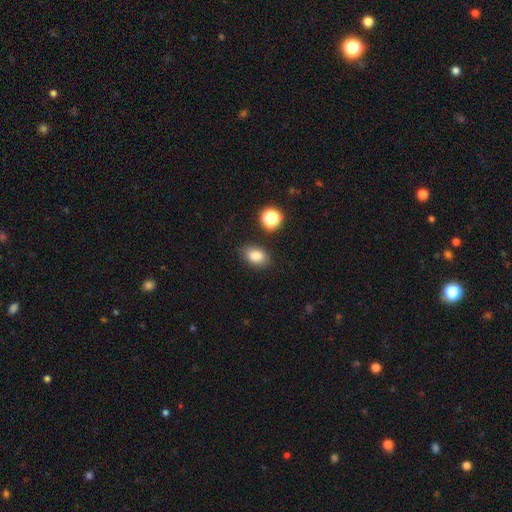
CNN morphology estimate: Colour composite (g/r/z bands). It shows a smooth galaxy with no disk features (84%) that is in between round and cigar-shaped (82%). Merging: none (82%).